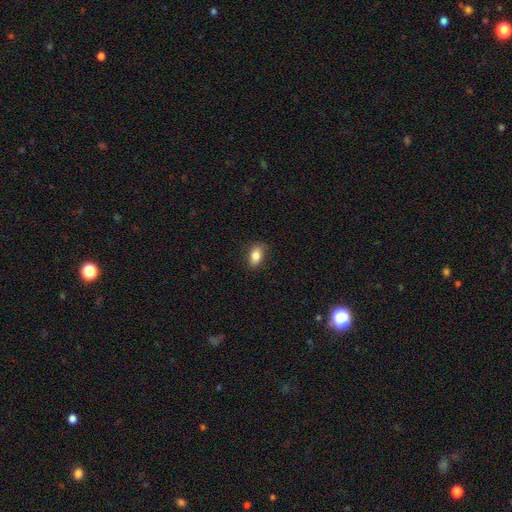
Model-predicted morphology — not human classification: smooth_or_featured: smooth (p=0.82) [alt: featured or disk p=0.10]
how_rounded: in between (p=0.87) [alt: round p=0.11]
merging: none (p=0.80) [alt: minor disturbance p=0.16]